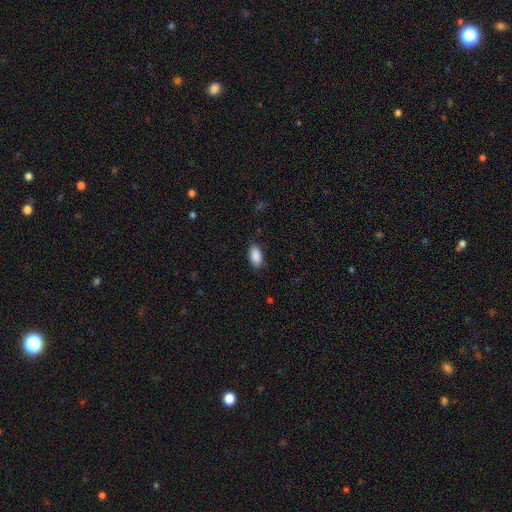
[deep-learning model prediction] smooth-or-featured: smooth: 90% | star or artifact: 7% | featured or disk: 3%
  how-rounded: in between: 94% | round: 3% | cigar-shaped: 3%
  merging: none: 86% | minor disturbance: 10% | major disturbance: 2% | merger: 1%